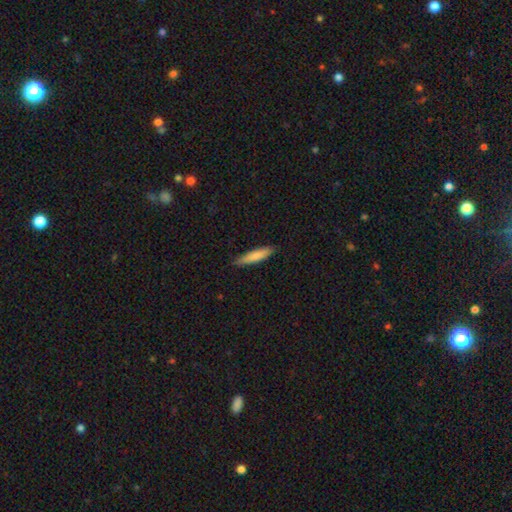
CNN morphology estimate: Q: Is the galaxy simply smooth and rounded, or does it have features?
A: smooth — 78%.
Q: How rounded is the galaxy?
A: cigar-shaped — 83%.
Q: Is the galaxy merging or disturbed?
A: none — 87%.